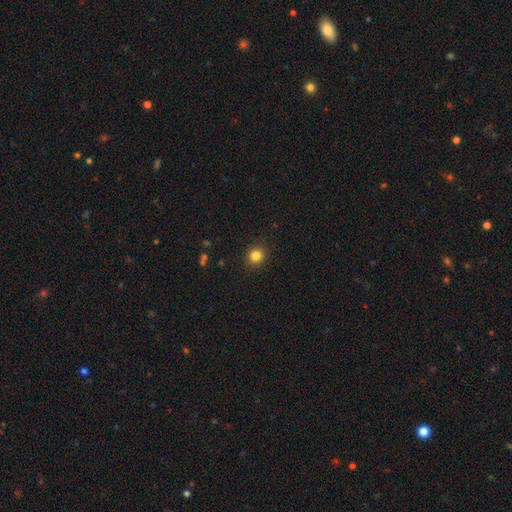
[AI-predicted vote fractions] Q: Smooth or featured?
A: smooth (84%); runner-up: star or artifact (11%)
Q: How rounded?
A: round (88%); runner-up: in between (11%)
Q: Merging?
A: none (91%); runner-up: minor disturbance (6%)